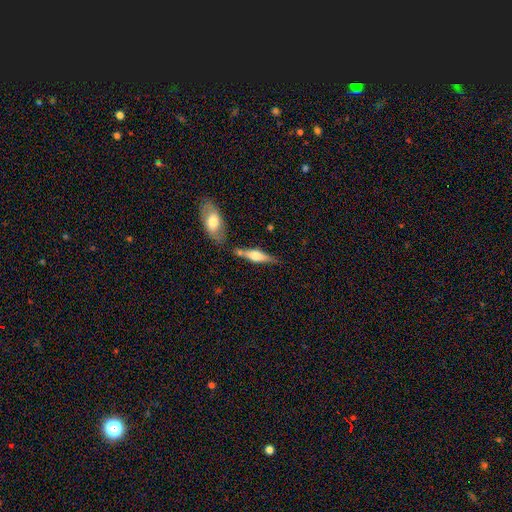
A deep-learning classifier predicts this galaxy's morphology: Smooth or featured? Predicted: featured or disk (p=0.50). Edge-on disk? Predicted: yes (p=0.92). Merging? Predicted: none (p=0.64).